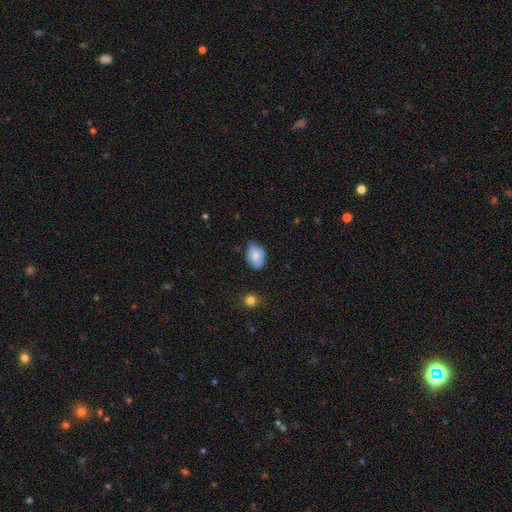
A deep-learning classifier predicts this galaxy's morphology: A smooth galaxy with no disk features (77%) that is in between round and cigar-shaped (76%). Merging: none (58%).